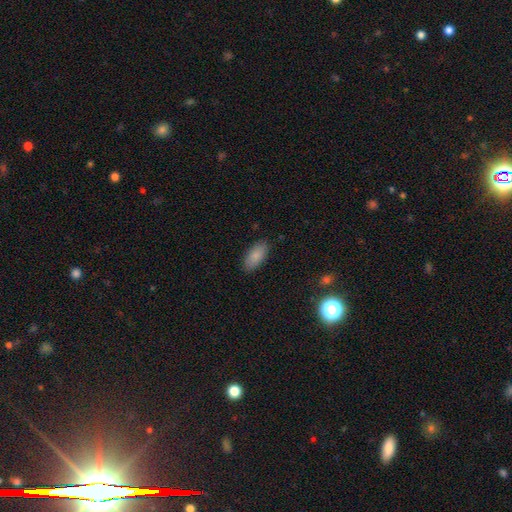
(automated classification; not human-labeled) This is clearly a smooth galaxy (87%). How rounded: clearly in between (89%). Merging: clearly none (87%).